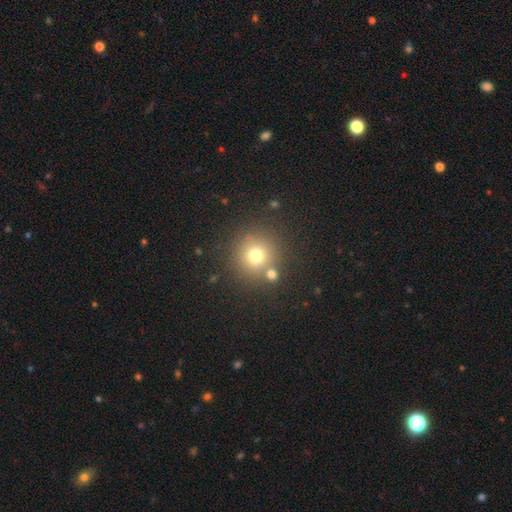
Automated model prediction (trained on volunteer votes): This appears to be a smooth galaxy with no disk features (72%) that is round (93%). Merging: none (75%).